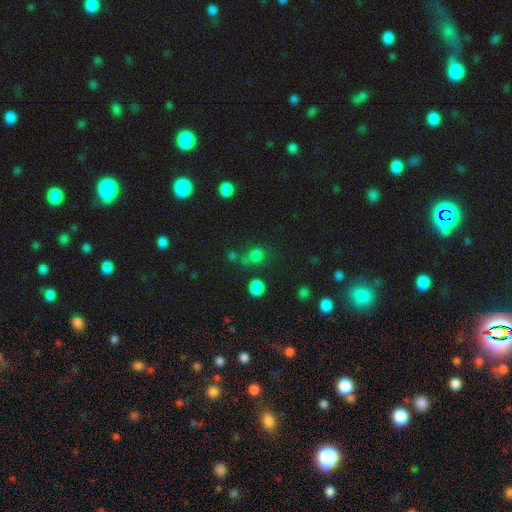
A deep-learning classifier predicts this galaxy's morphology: Q: Smooth or featured?
A: smooth (76%); runner-up: star or artifact (18%)
Q: How rounded?
A: round (78%); runner-up: in between (21%)
Q: Merging?
A: none (61%); runner-up: minor disturbance (15%)